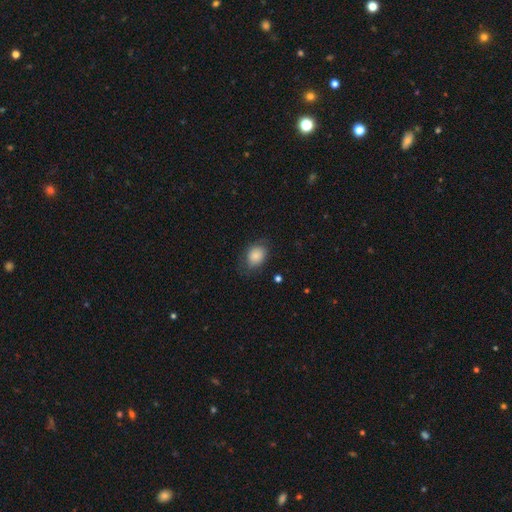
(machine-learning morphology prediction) smooth 84%, featured or disk 9%, star or artifact 8%. Down the decision tree: how rounded — in between (70%); merging — none (70%).